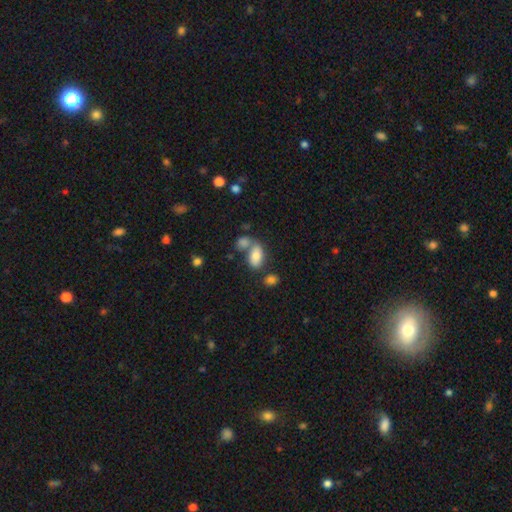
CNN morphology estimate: This appears to be a smooth galaxy with no disk features (77%) that is in between round and cigar-shaped (90%). Merging: none (44%).